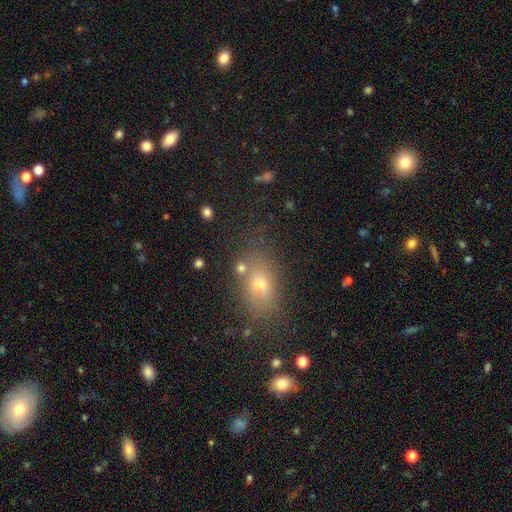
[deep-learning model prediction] smooth_or_featured: smooth (p=0.60) [alt: star or artifact p=0.25]
how_rounded: in between (p=0.67) [alt: round p=0.25]
merging: none (p=0.74) [alt: minor disturbance p=0.12]